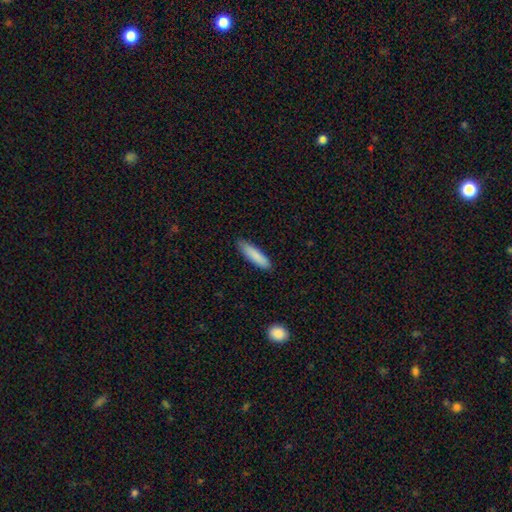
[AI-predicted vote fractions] smooth-or-featured: smooth: 86% | featured or disk: 8% | star or artifact: 6%
  how-rounded: cigar-shaped: 75% | in between: 24% | round: 1%
  merging: none: 84% | minor disturbance: 12% | major disturbance: 2% | merger: 1%